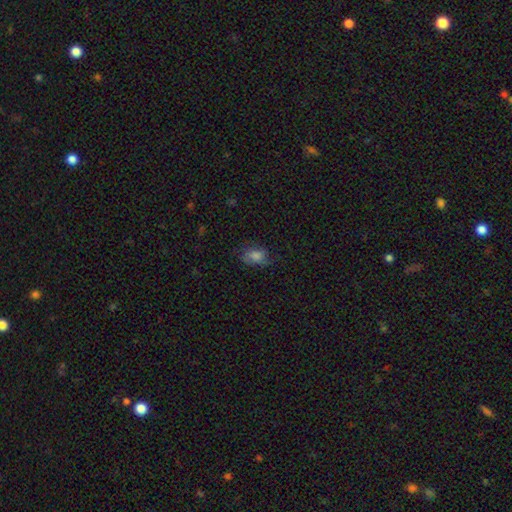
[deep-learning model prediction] This appears to be a smooth galaxy with no disk features (73%) that is in between round and cigar-shaped (76%). Merging: none (61%).